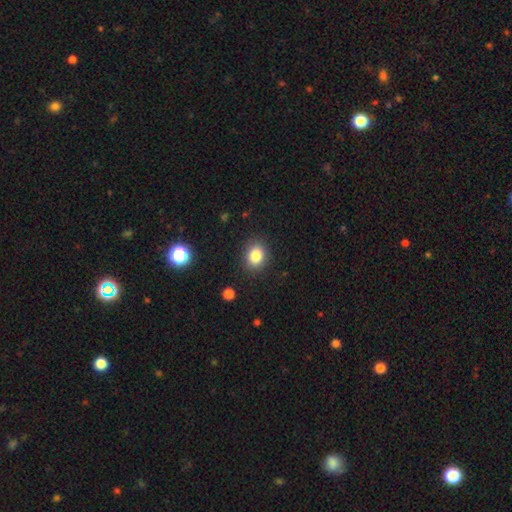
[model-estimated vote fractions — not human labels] Morphology: type=smooth (83%); roundness=round (57%); merging=none (88%).